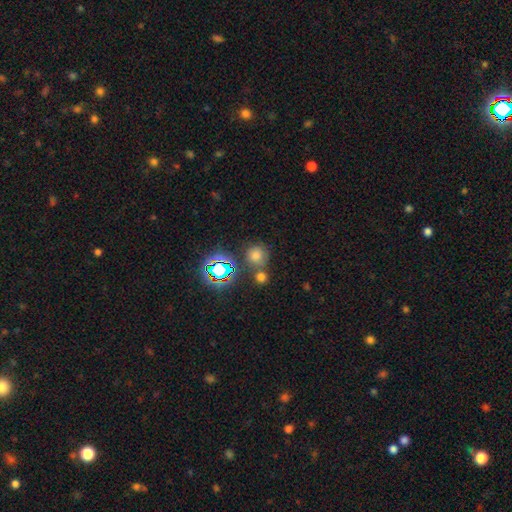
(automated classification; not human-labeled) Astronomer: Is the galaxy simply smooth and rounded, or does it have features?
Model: smooth — 61%.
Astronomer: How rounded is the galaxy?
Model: round — 87%.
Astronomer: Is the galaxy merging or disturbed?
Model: none — 65%.